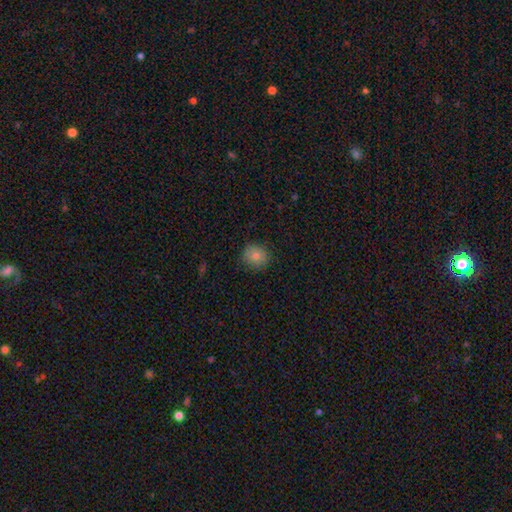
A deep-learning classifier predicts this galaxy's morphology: smooth_or_featured: smooth (p=0.83) [alt: star or artifact p=0.09]
how_rounded: round (p=0.85) [alt: in between p=0.15]
merging: none (p=0.86) [alt: minor disturbance p=0.10]